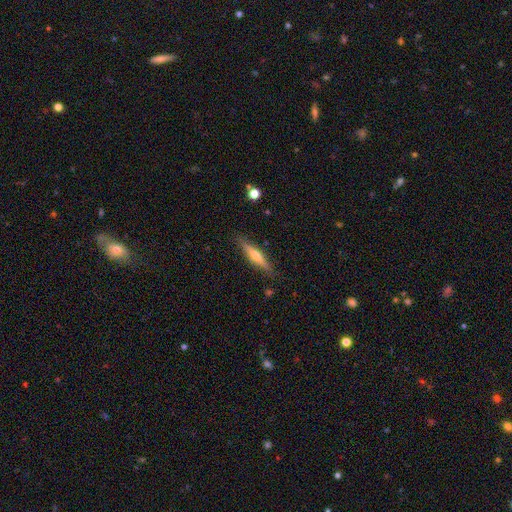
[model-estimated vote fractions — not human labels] Smooth or featured? featured or disk (62%)
Edge-on disk? yes (96%)
Edge-on bulge? rounded (87%)
Merging? none (87%)